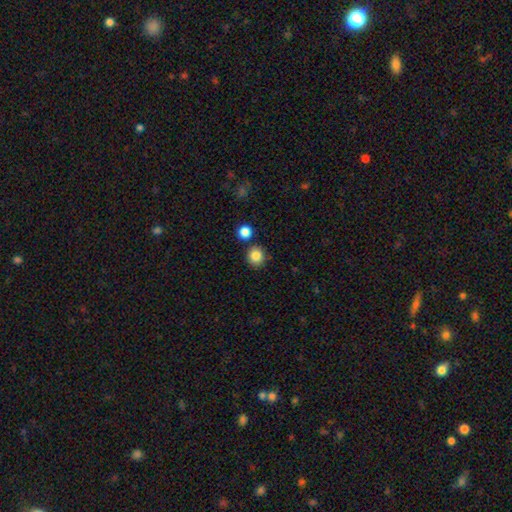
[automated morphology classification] This is clearly a smooth galaxy (84%). How rounded: clearly round (92%). Merging: clearly none (82%).